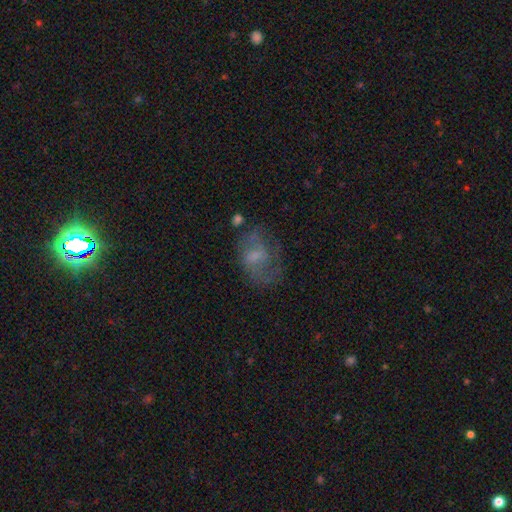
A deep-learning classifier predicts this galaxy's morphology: Smooth or featured: featured or disk — 52% (smooth — 37%)
Edge-on disk: no — 96% (yes — 4%)
Merging: none — 47% (major disturbance — 26%)